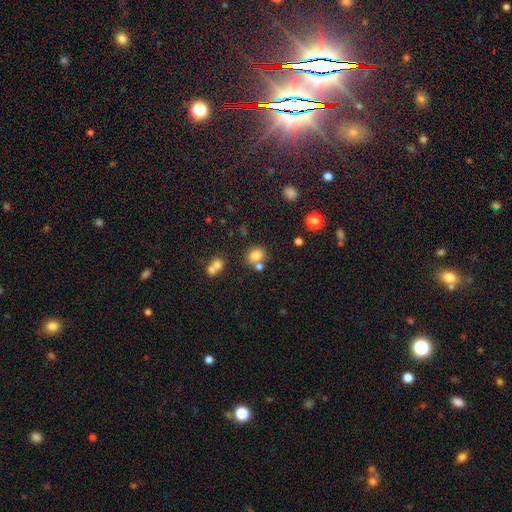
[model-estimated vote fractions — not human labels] Q: Smooth or featured?
A: smooth (78%); runner-up: star or artifact (14%)
Q: How rounded?
A: round (51%); runner-up: in between (48%)
Q: Merging?
A: none (58%); runner-up: merger (25%)